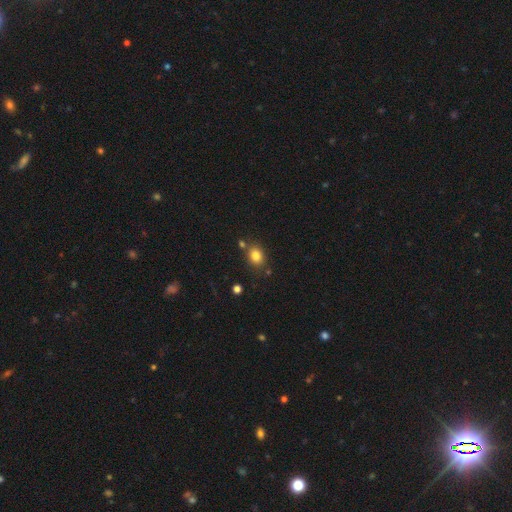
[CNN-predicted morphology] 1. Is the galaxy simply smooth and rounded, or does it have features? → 82% smooth, 11% star or artifact, 7% featured or disk.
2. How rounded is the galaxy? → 51% in between, 48% round, 1% cigar-shaped.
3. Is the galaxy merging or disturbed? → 75% none, 12% minor disturbance, 9% merger, 3% major disturbance.